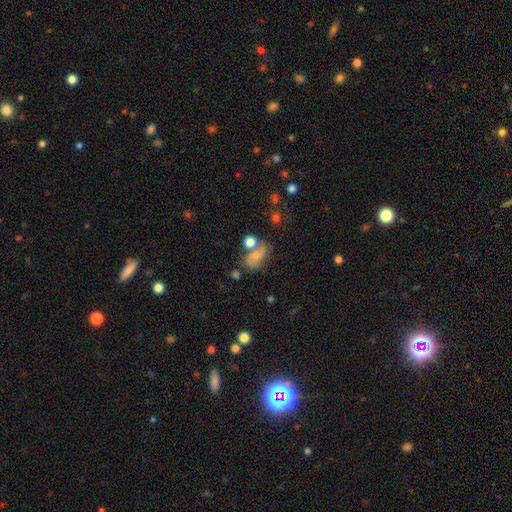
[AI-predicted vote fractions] smooth_or_featured: featured or disk (p=0.46) [alt: smooth p=0.41]
merging: none (p=0.38) [alt: merger p=0.27]